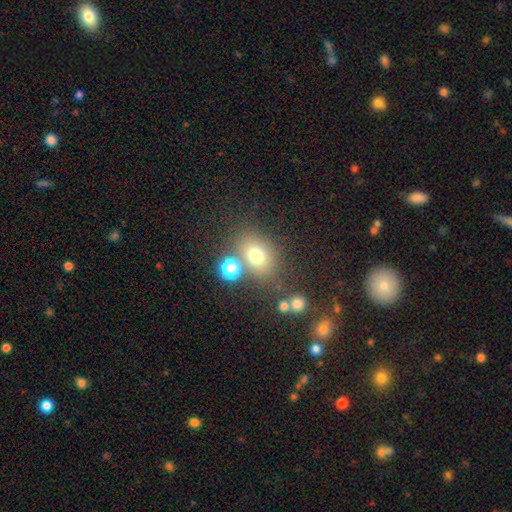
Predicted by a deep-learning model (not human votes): Smooth or featured? smooth (71%)
How rounded? round (50%)
Merging? none (68%)